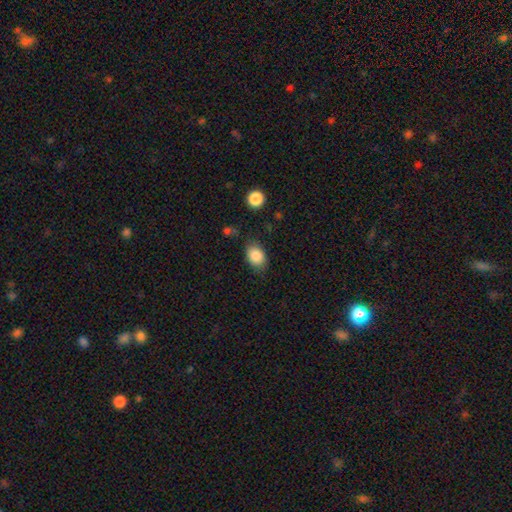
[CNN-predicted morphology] Overall: smooth (86%). How rounded: in between (74%). Merging: none (75%).